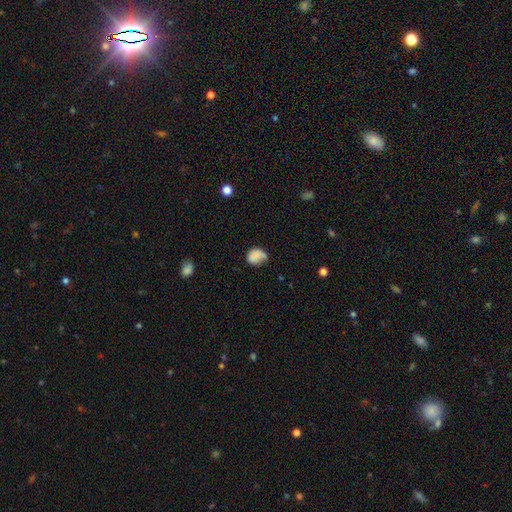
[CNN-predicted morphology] smooth 77%, featured or disk 13%, star or artifact 10%. Down the decision tree: how rounded — in between (51%); merging — none (42%).